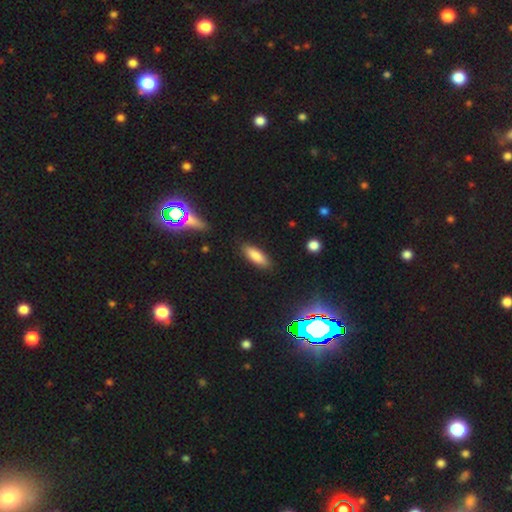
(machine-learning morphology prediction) A smooth galaxy with no disk features (83%) that is in between round and cigar-shaped (62%). Merging: none (86%).